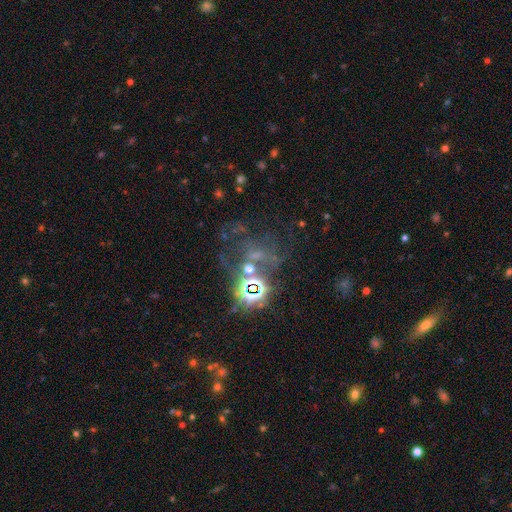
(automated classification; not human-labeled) This appears to be a star or artifact, not a galaxy (54%).